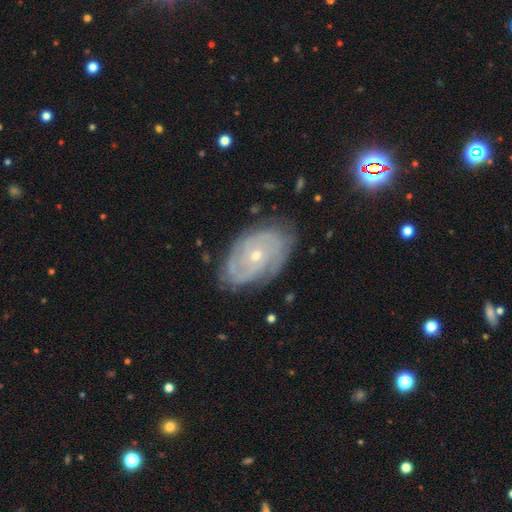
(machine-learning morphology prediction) Smooth or featured?
  - featured or disk: 84% *
  - smooth: 10%
  - star or artifact: 6%
Edge-on disk?
  - no: 96% *
  - yes: 4%
Bar?
  - no: 75% *
  - weak: 20%
  - strong: 4%
Spiral arms?
  - yes: 94% *
  - no: 6%
Spiral winding?
  - tight: 69% *
  - medium: 25%
  - loose: 6%
Spiral arm count?
  - 2: 33% *
  - can't tell: 28%
  - 3: 21%
  - 4: 8%
  - more than 4: 5%
  - 1: 5%
Bulge size?
  - small: 65% *
  - moderate: 32%
  - large: 1%
  - none: 1%
  - dominant: 1%
Merging?
  - none: 78% *
  - minor disturbance: 17%
  - major disturbance: 4%
  - merger: 1%